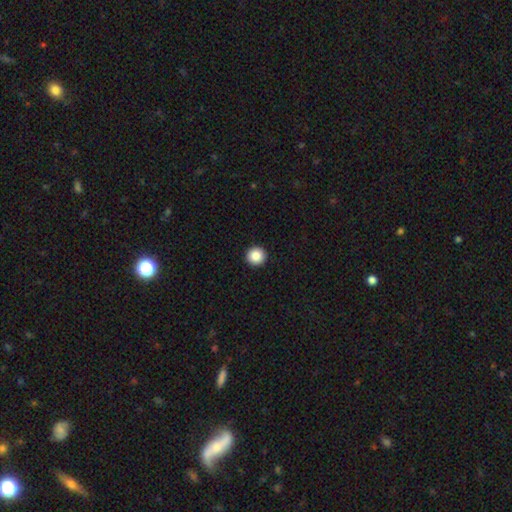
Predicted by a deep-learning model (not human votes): Smooth or featured?
  - smooth: 87% *
  - star or artifact: 9%
  - featured or disk: 4%
How rounded?
  - round: 96% *
  - in between: 3%
  - cigar-shaped: 1%
Merging?
  - none: 94% *
  - minor disturbance: 4%
  - major disturbance: 1%
  - merger: 1%